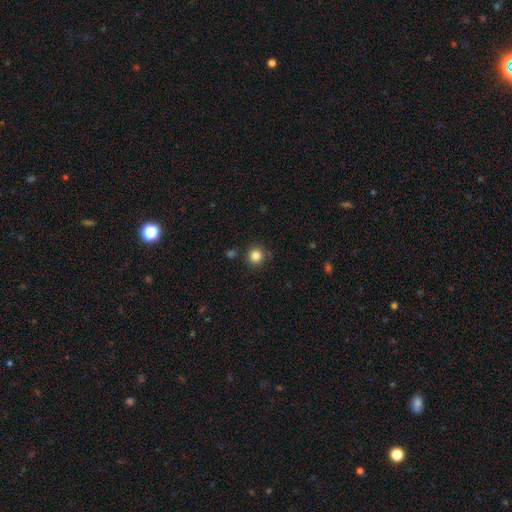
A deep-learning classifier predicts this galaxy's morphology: smooth-or-featured: smooth: 84% | star or artifact: 12% | featured or disk: 4%
  how-rounded: round: 94% | in between: 6% | cigar-shaped: 1%
  merging: none: 87% | minor disturbance: 8% | merger: 3% | major disturbance: 2%